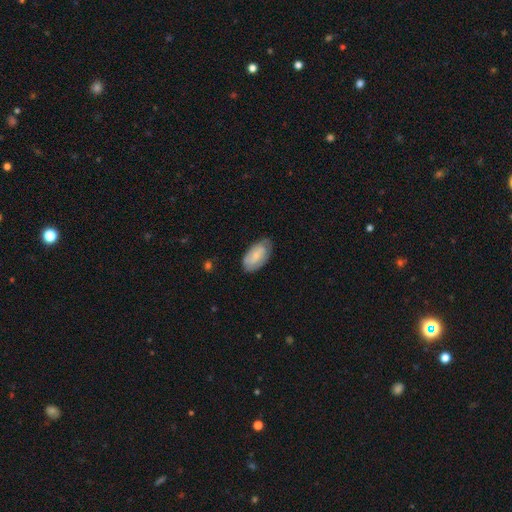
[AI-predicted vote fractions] A smooth galaxy with no disk features (63%) that is in between round and cigar-shaped (94%).

Vote fractions:
- Smooth or featured? smooth: 63% / featured or disk: 30% / star or artifact: 6%
- How rounded? in between: 94% / round: 3% / cigar-shaped: 3%
- Merging? none: 70% / minor disturbance: 24% / major disturbance: 5% / merger: 1%